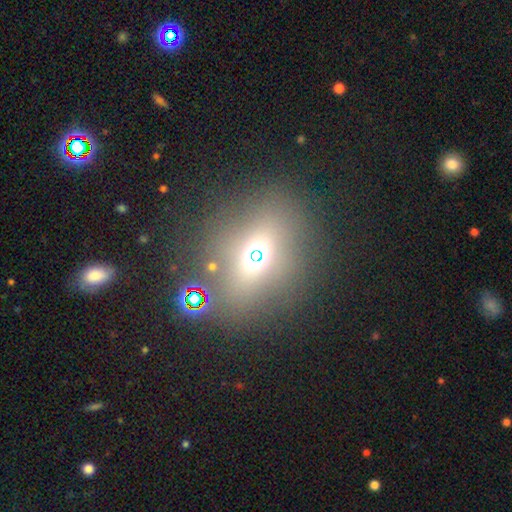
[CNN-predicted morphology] Smooth or featured? Predicted: smooth (p=0.50). Merging? Predicted: none (p=0.77).